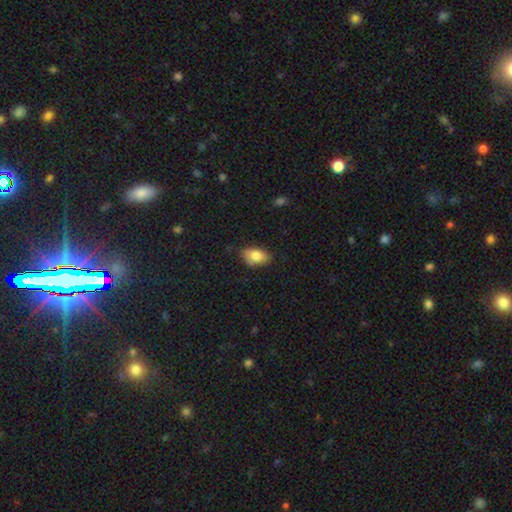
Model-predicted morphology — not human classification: The model was most divided on "merging": none: 76%, minor disturbance: 20%, major disturbance: 3%, merger: 2%. More confident: how rounded — in between (89%); smooth or featured — smooth (82%).